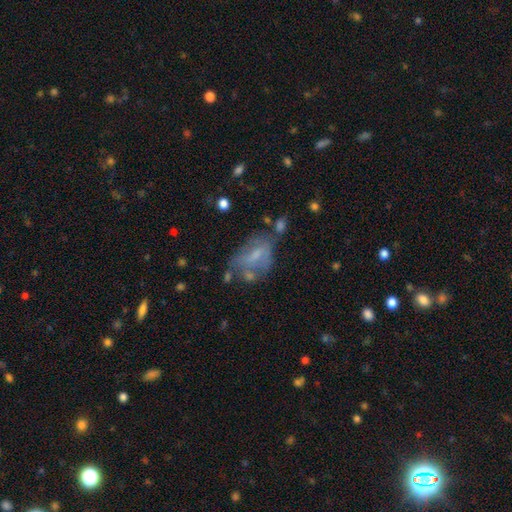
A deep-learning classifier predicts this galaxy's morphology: This is possibly a featured or disk galaxy (46%). Merging: marginally none (36%).